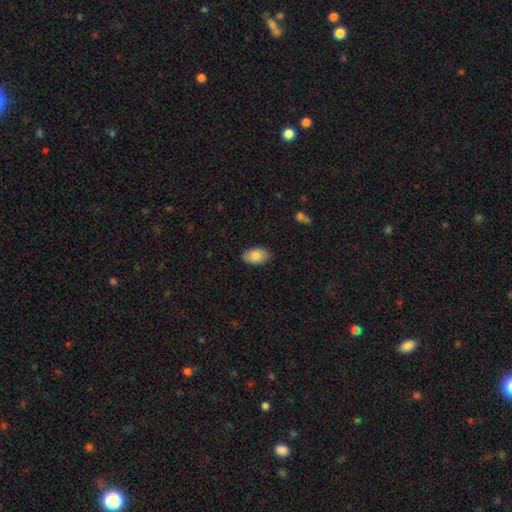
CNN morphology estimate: Overall: smooth (86%). How rounded: in between (93%). Merging: none (87%).